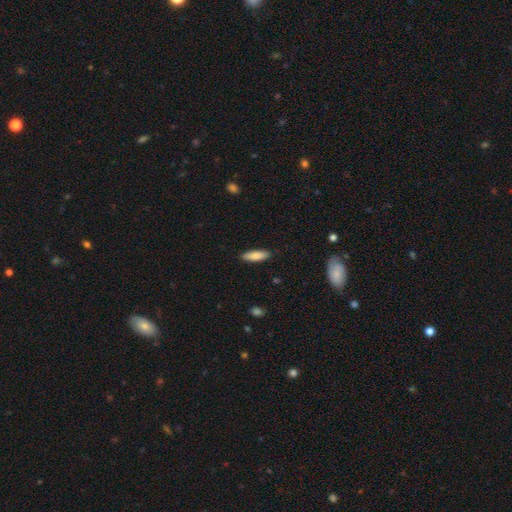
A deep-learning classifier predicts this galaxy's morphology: A smooth galaxy with no disk features (81%) that is in between round and cigar-shaped (50%). Merging: none (89%).